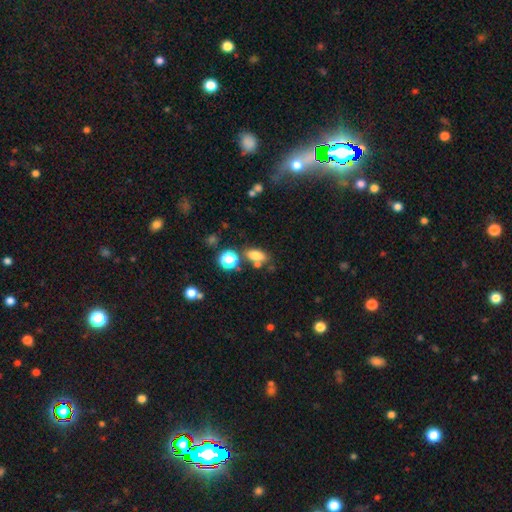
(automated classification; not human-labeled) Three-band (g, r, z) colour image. It shows a smooth galaxy with no disk features (77%) that is in between round and cigar-shaped (80%). Merging: none (64%).